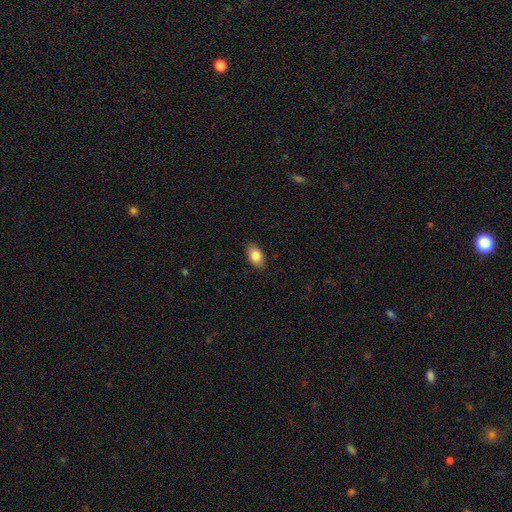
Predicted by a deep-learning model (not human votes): smooth-or-featured: smooth: 84% | featured or disk: 9% | star or artifact: 7%
  how-rounded: in between: 92% | round: 6% | cigar-shaped: 2%
  merging: none: 88% | minor disturbance: 9% | major disturbance: 2% | merger: 1%